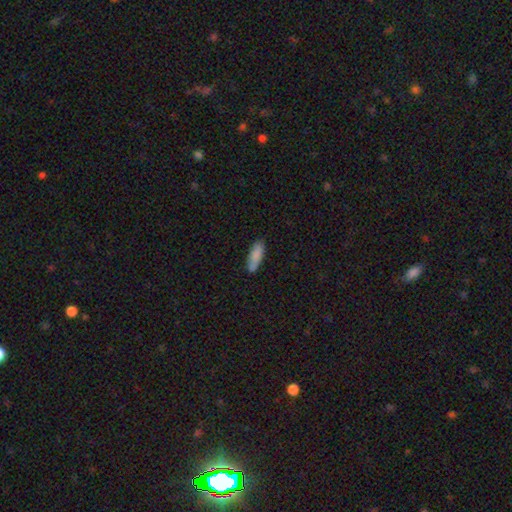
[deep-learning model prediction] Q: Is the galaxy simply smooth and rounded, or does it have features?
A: smooth — 85%.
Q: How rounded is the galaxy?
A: in between — 62%.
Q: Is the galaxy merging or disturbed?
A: none — 79%.